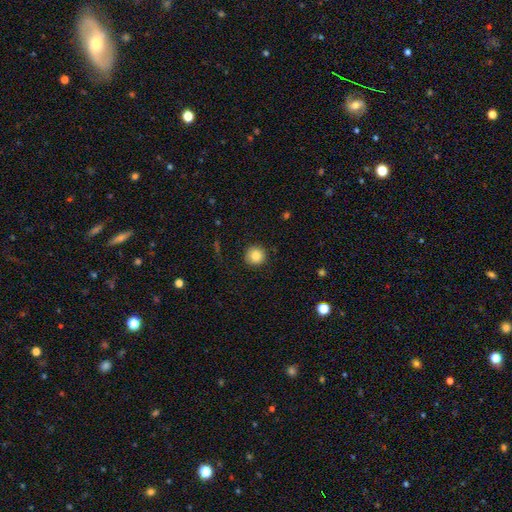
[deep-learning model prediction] Overall: smooth (86%). How rounded: round (95%). Merging: none (91%).